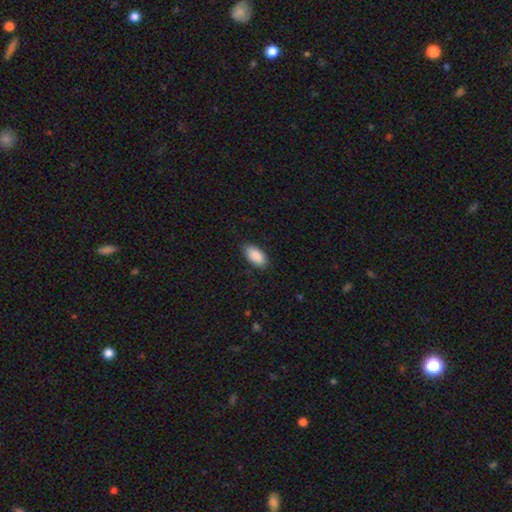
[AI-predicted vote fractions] Smooth or featured? Predicted: smooth (p=0.90). How rounded? Predicted: in between (p=0.94). Merging? Predicted: none (p=0.82).